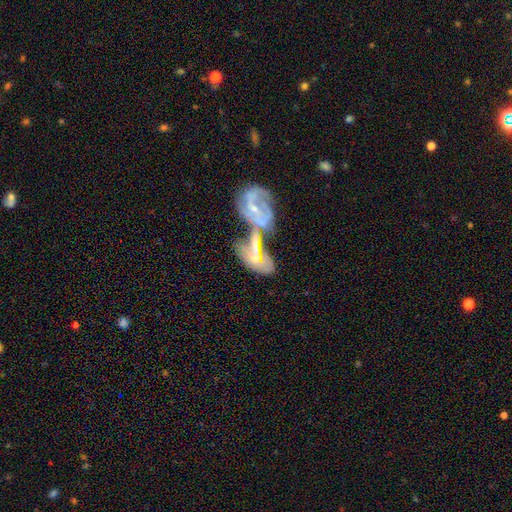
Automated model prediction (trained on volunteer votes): Smooth or featured? featured or disk (62%)
Edge-on disk? no (92%)
Bar? no (52%)
Spiral arms? yes (58%)
Bulge size? small (47%)
Merging? merger (65%)